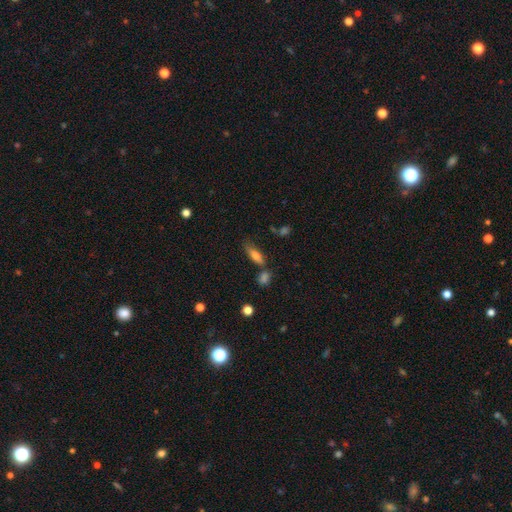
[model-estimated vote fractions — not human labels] This is likely a smooth galaxy (74%). How rounded: likely in between (61%). Merging: possibly none (60%).